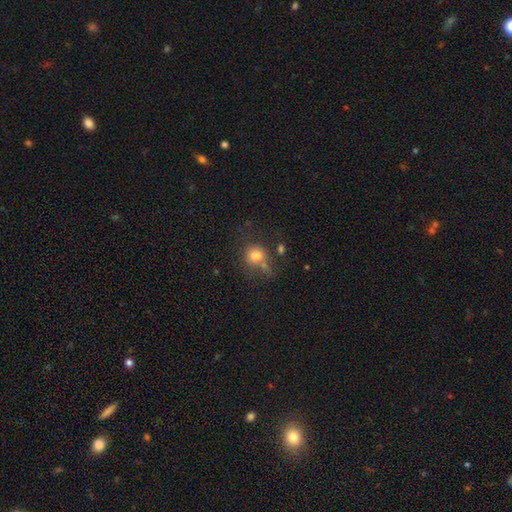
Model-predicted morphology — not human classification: A smooth galaxy with no disk features (77%) that is round (79%).

Vote fractions:
- Smooth or featured? smooth: 77% / star or artifact: 12% / featured or disk: 11%
- How rounded? round: 79% / in between: 20% / cigar-shaped: 1%
- Merging? none: 53% / merger: 22% / minor disturbance: 16% / major disturbance: 9%